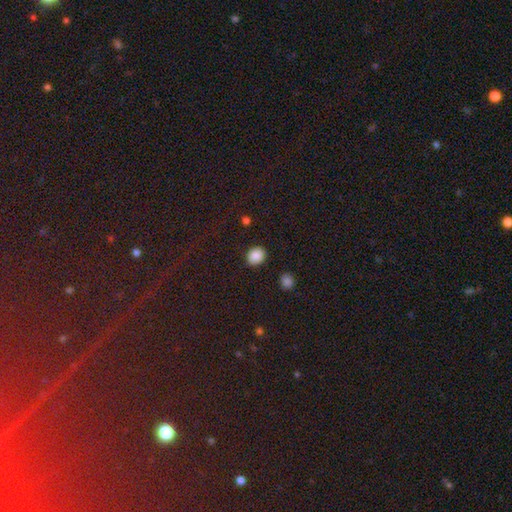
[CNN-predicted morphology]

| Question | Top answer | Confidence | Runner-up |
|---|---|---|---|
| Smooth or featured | smooth | 88% | star or artifact (9%) |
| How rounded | round | 62% | in between (37%) |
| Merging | none | 88% | minor disturbance (8%) |